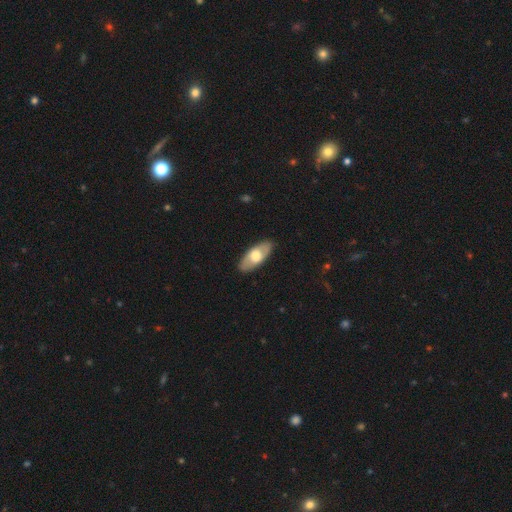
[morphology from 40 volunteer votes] This appears to be a smooth galaxy with no disk features (52%) that is in between round and cigar-shaped (81%). Merging: none (84%).